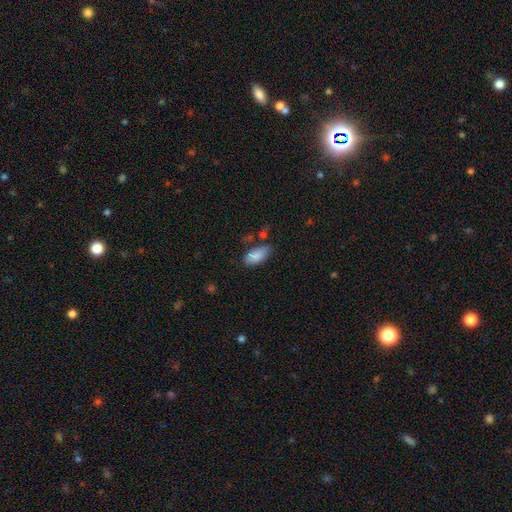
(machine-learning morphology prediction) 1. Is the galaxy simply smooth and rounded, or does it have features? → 85% smooth, 8% featured or disk, 7% star or artifact.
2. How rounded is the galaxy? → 91% in between, 7% cigar-shaped, 2% round.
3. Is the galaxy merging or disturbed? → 66% none, 23% minor disturbance, 6% merger, 5% major disturbance.